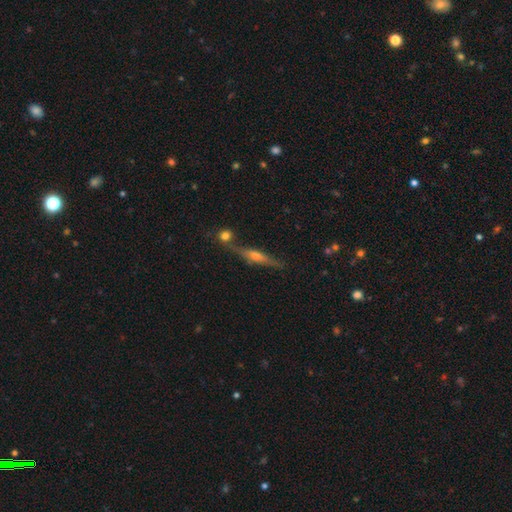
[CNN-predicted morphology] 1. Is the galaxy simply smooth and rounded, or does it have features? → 69% featured or disk, 22% smooth, 9% star or artifact.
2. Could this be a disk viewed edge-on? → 94% yes, 6% no.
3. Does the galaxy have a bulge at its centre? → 80% rounded, 11% boxy, 10% none.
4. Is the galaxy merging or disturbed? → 73% none, 12% merger, 12% minor disturbance, 4% major disturbance.